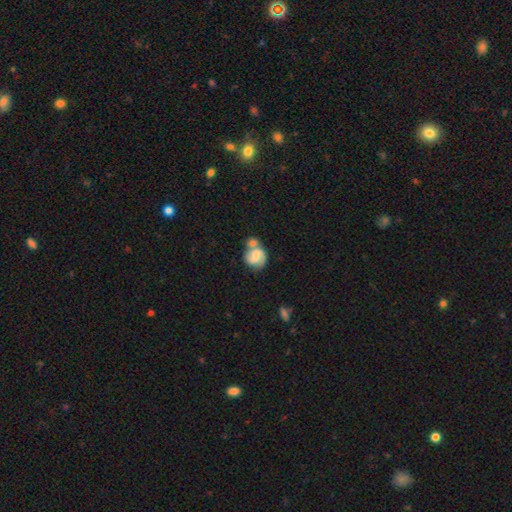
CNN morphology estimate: Smooth or featured? featured or disk (66%)
Edge-on disk? no (98%)
Bar? no (47%)
Spiral arms? yes (92%)
Spiral winding? medium (48%)
Spiral arm count? 2 (82%)
Bulge size? small (41%)
Merging? merger (47%)